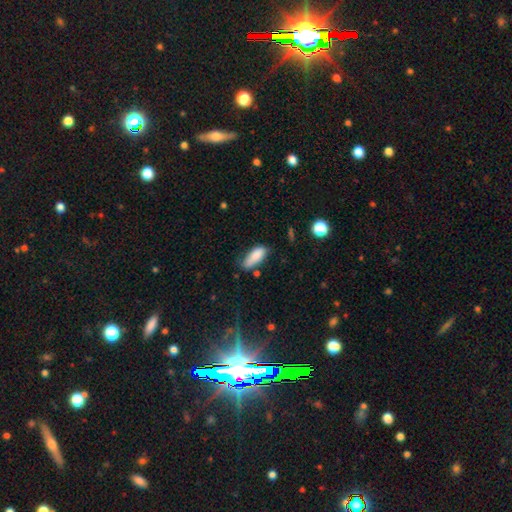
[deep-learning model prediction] Smooth or featured: smooth — 84% (featured or disk — 9%)
How rounded: in between — 78% (cigar-shaped — 19%)
Merging: none — 49% (minor disturbance — 36%)